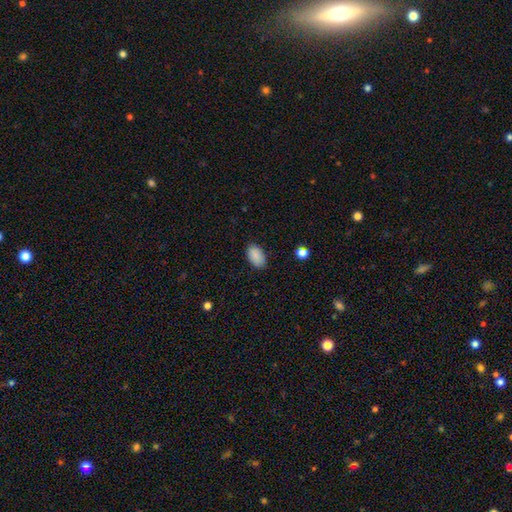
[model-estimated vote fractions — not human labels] This is clearly a smooth galaxy (89%). How rounded: clearly in between (93%). Merging: clearly none (86%).